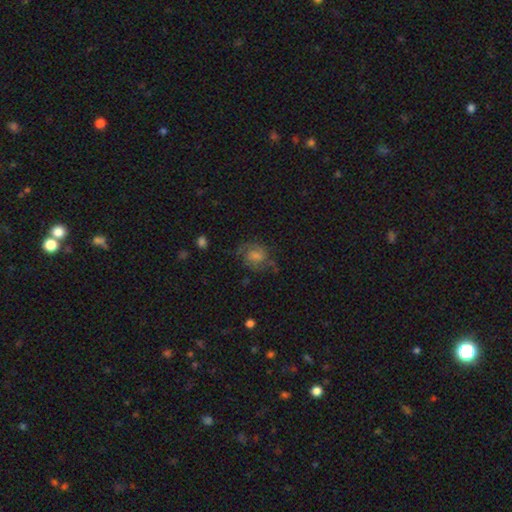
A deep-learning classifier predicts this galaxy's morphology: This appears to be a featured or disk galaxy (43%). Merging: none (62%).